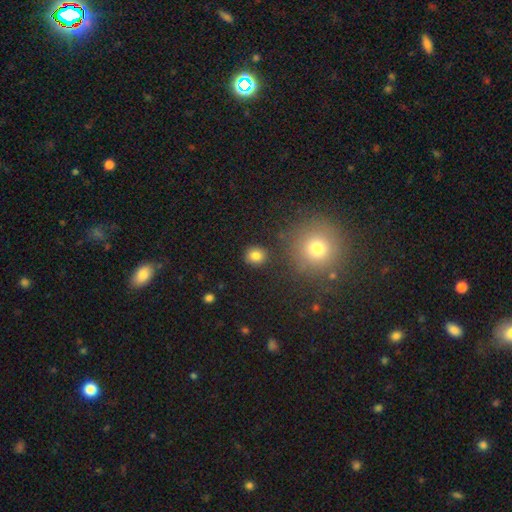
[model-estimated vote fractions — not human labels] Q: Smooth or featured?
A: smooth (83%); runner-up: star or artifact (12%)
Q: How rounded?
A: round (83%); runner-up: in between (16%)
Q: Merging?
A: none (87%); runner-up: minor disturbance (7%)